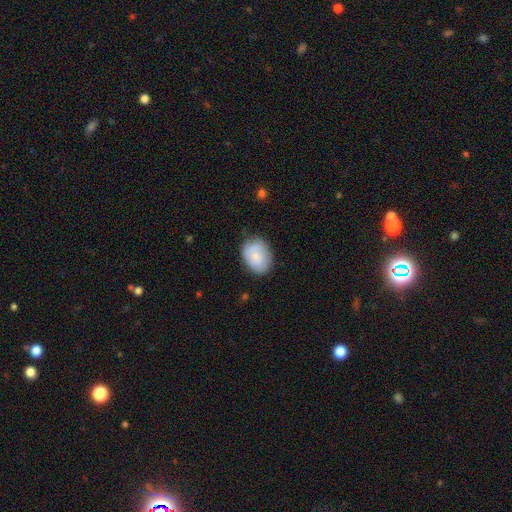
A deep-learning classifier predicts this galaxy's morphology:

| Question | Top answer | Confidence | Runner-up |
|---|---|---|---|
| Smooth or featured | smooth | 75% | featured or disk (18%) |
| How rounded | in between | 72% | round (27%) |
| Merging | none | 73% | minor disturbance (20%) |